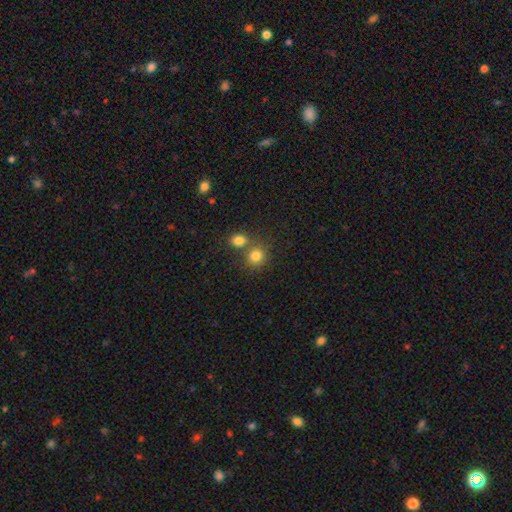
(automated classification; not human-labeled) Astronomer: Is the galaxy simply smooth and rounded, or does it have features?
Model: smooth — 81%.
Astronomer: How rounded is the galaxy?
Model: round — 85%.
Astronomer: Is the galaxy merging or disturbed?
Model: none — 58%.